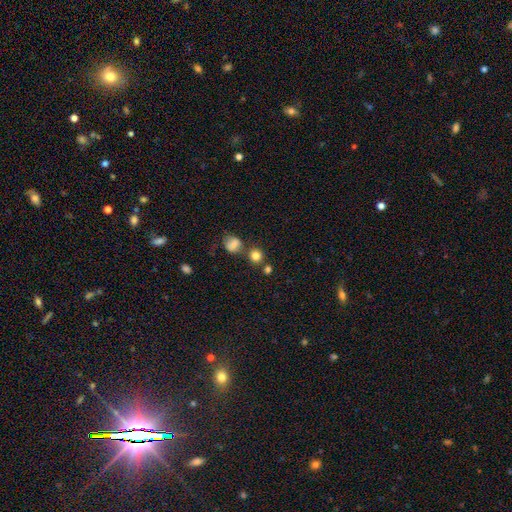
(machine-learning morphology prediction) smooth-or-featured: smooth: 80% | star or artifact: 13% | featured or disk: 6%
  how-rounded: round: 86% | in between: 13% | cigar-shaped: 1%
  merging: none: 66% | merger: 20% | minor disturbance: 10% | major disturbance: 4%